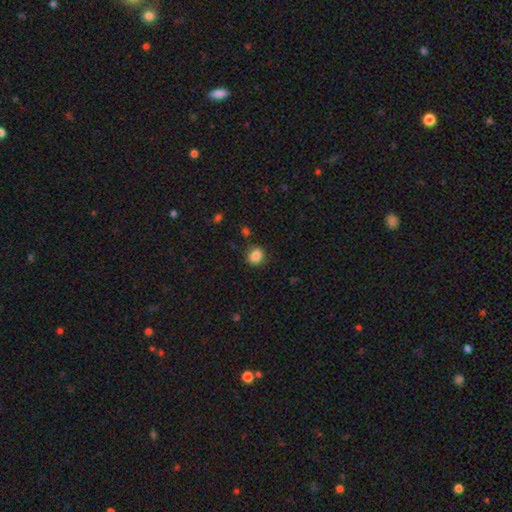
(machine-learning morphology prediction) Q: Smooth or featured?
A: smooth (85%); runner-up: star or artifact (10%)
Q: How rounded?
A: round (67%); runner-up: in between (32%)
Q: Merging?
A: none (83%); runner-up: minor disturbance (12%)